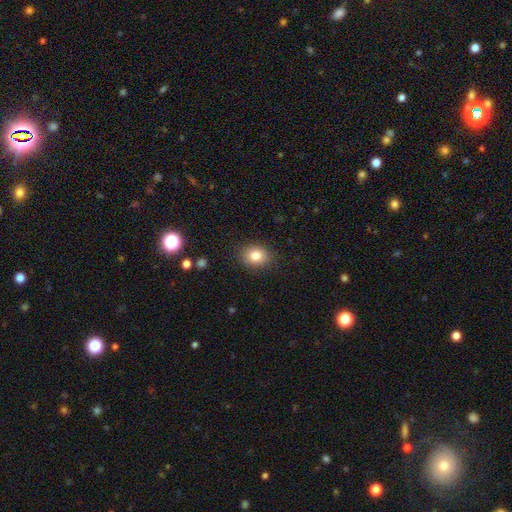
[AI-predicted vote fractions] Q: Smooth or featured?
A: smooth (82%); runner-up: star or artifact (10%)
Q: How rounded?
A: in between (52%); runner-up: round (47%)
Q: Merging?
A: none (87%); runner-up: minor disturbance (10%)